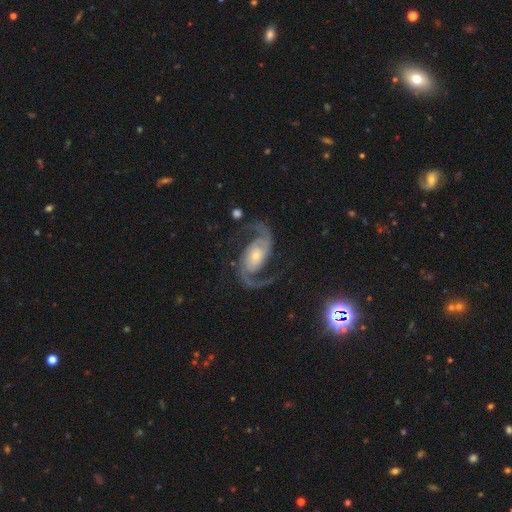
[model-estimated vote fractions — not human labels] featured or disk 93%, star or artifact 4%, smooth 3%. Down the decision tree: edge-on disk — no (98%); bar — no (52%); spiral arms — yes (98%); spiral arm count — 2 (95%); spiral winding — medium (50%); bulge size — small (58%); merging — none (77%).